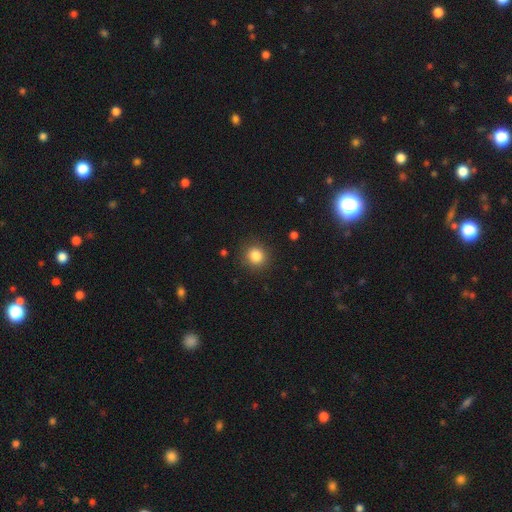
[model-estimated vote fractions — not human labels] The model was most divided on "smooth or featured": smooth: 84%, star or artifact: 11%, featured or disk: 5%. More confident: how rounded — round (90%); merging — none (89%).